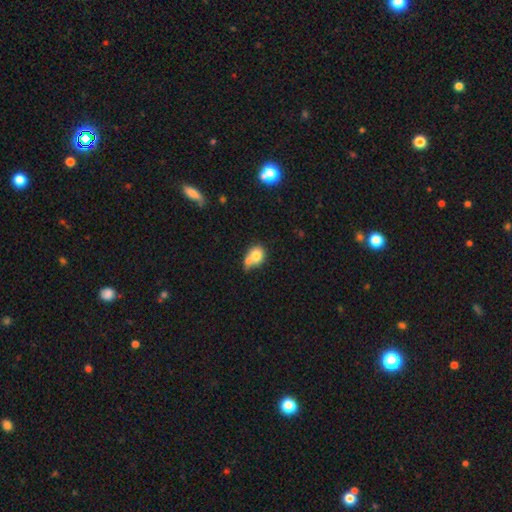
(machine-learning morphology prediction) A smooth galaxy with no disk features (75%) that is round (56%).

Vote fractions:
- Smooth or featured? smooth: 75% / featured or disk: 16% / star or artifact: 10%
- How rounded? round: 56% / in between: 43% / cigar-shaped: 1%
- Merging? merger: 49% / none: 30% / minor disturbance: 14% / major disturbance: 6%